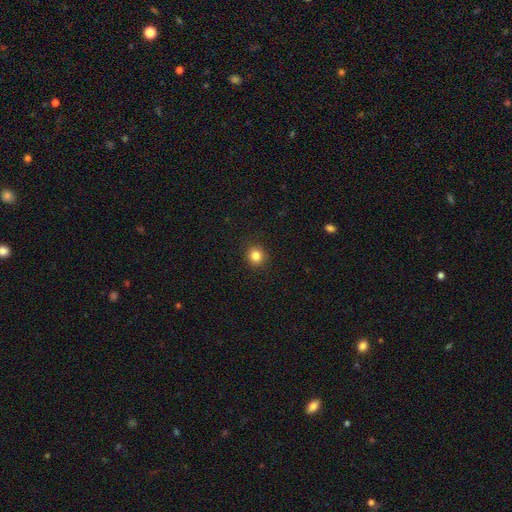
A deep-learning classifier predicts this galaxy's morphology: Smooth or featured?
  - smooth: 84% *
  - star or artifact: 11%
  - featured or disk: 5%
How rounded?
  - round: 90% *
  - in between: 9%
  - cigar-shaped: 1%
Merging?
  - none: 92% *
  - minor disturbance: 5%
  - major disturbance: 2%
  - merger: 1%